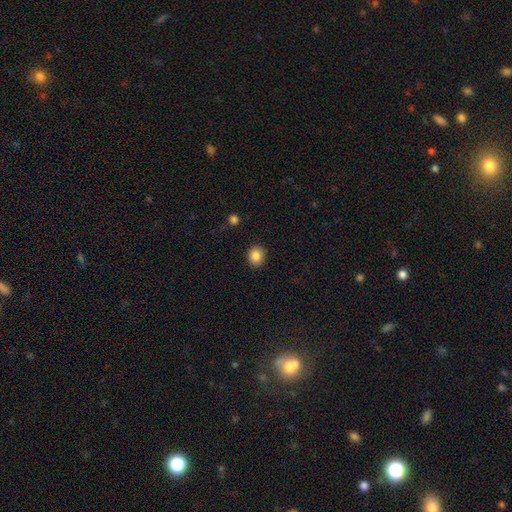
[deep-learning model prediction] This appears to be a smooth galaxy with no disk features (85%) that is round (73%). Merging: none (89%).